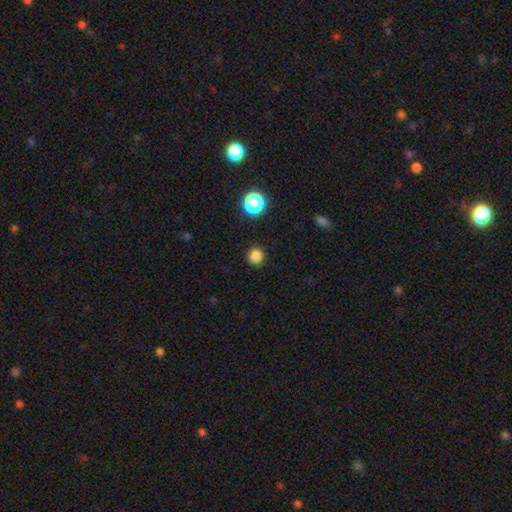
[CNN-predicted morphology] A smooth galaxy with no disk features (84%) that is round (93%). Merging: none (91%).